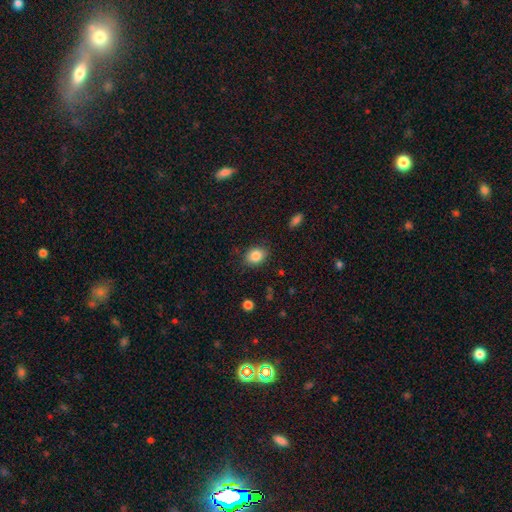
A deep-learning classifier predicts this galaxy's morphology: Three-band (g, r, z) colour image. It shows a smooth galaxy with no disk features (85%) that is in between round and cigar-shaped (65%). Merging: none (81%).